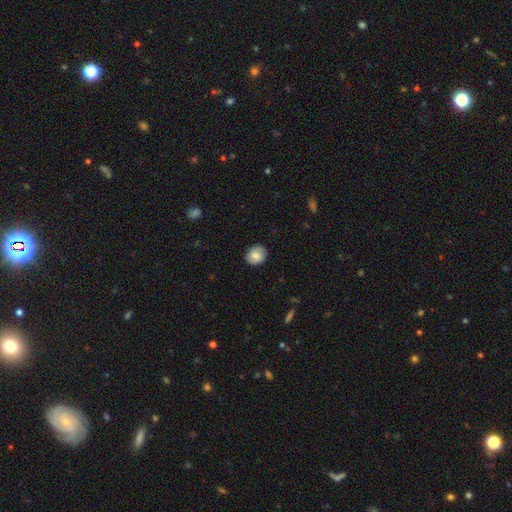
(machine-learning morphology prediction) Smooth or featured? Predicted: smooth (p=0.73). How rounded? Predicted: round (p=0.64). Merging? Predicted: none (p=0.84).